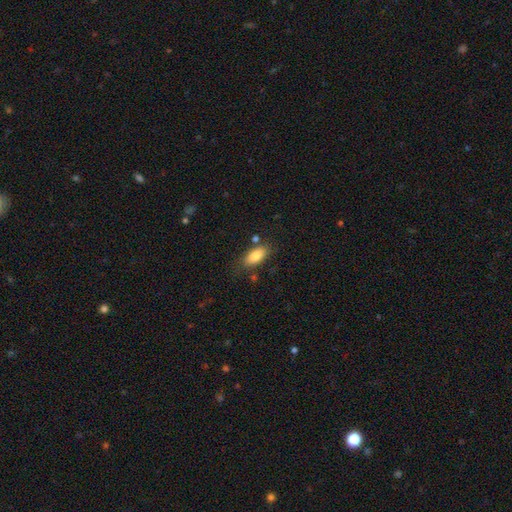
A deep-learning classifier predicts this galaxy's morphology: Smooth or featured: smooth — 83% (featured or disk — 10%)
How rounded: in between — 89% (cigar-shaped — 8%)
Merging: none — 75% (minor disturbance — 15%)